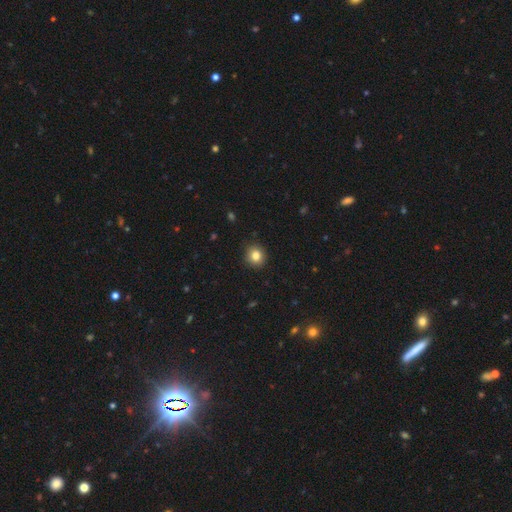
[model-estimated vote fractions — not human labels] smooth-or-featured: smooth: 83% | star or artifact: 11% | featured or disk: 7%
  how-rounded: round: 86% | in between: 13% | cigar-shaped: 1%
  merging: none: 90% | minor disturbance: 7% | major disturbance: 2% | merger: 1%